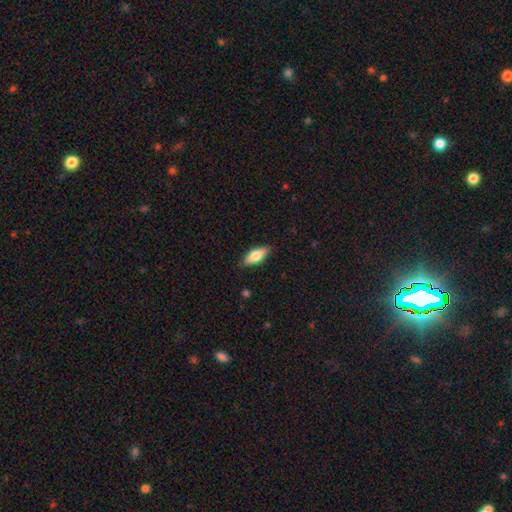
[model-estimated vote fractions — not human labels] smooth 72%, featured or disk 22%, star or artifact 6%. Down the decision tree: how rounded — in between (71%); merging — none (84%).